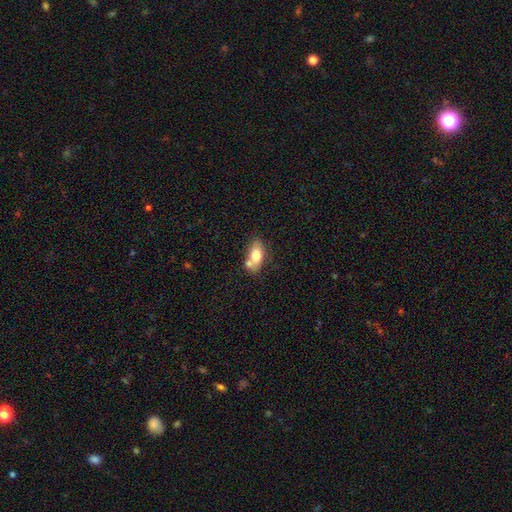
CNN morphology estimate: Smooth or featured: smooth — 74% (featured or disk — 19%)
How rounded: in between — 86% (round — 7%)
Merging: none — 49% (merger — 30%)